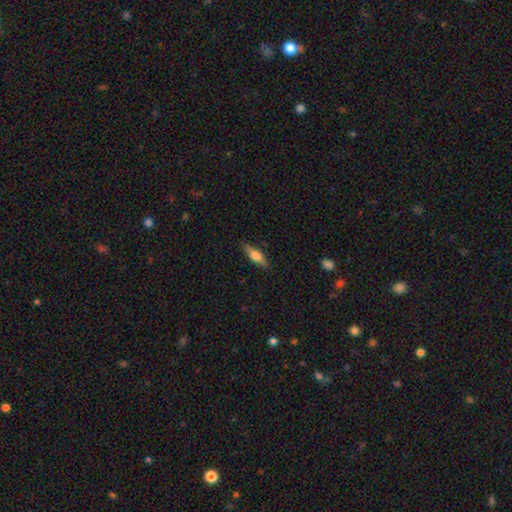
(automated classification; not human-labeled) This is possibly a smooth galaxy (56%). How rounded: possibly cigar-shaped (52%). Merging: clearly none (85%).